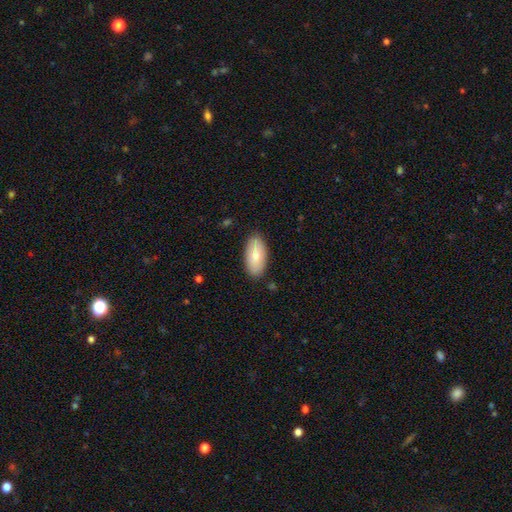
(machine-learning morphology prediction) Overall: smooth (76%). How rounded: in between (92%). Merging: none (85%).